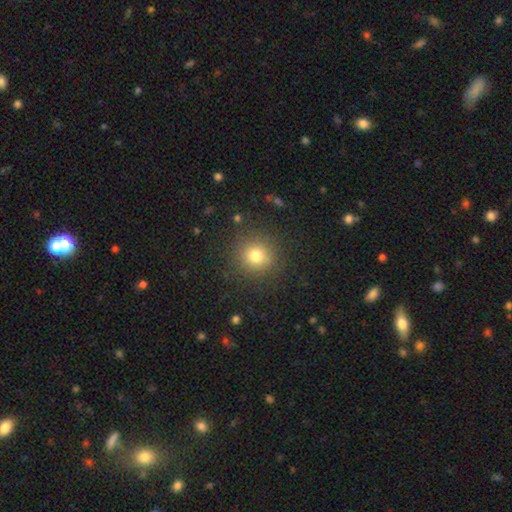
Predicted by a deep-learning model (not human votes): Q: Smooth or featured?
A: smooth (77%); runner-up: star or artifact (15%)
Q: How rounded?
A: round (92%); runner-up: in between (7%)
Q: Merging?
A: none (88%); runner-up: minor disturbance (7%)